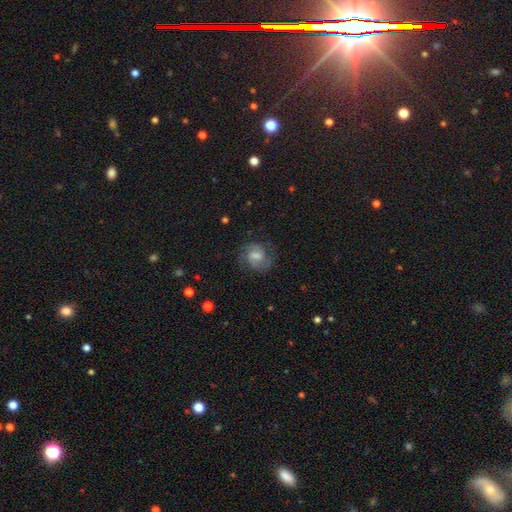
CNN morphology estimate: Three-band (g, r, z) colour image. It shows a featured or disk galaxy (72%) with a weak bar (56%), 2 (78%) medium (49%) spiral arms (94%) and a moderate central bulge (42%). Merging: none (78%).